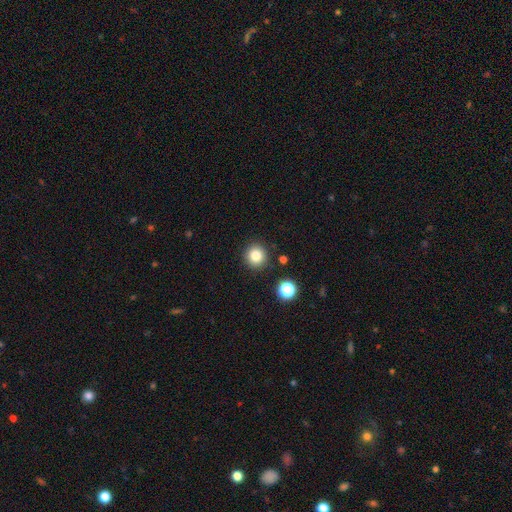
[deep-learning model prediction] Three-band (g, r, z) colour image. It shows a smooth galaxy with no disk features (82%) that is round (93%). Merging: none (89%).